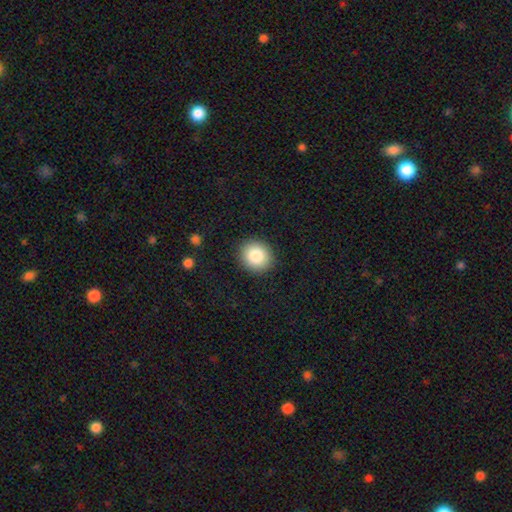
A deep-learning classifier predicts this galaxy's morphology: Smooth or featured? smooth (85%)
How rounded? round (81%)
Merging? none (91%)